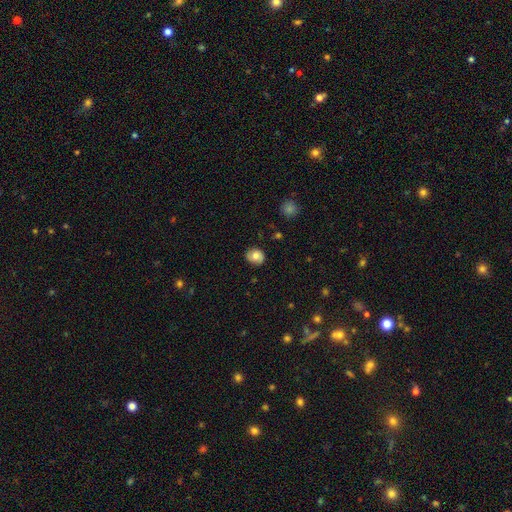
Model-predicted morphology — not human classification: A smooth galaxy with no disk features (76%) that is round (70%).

Vote fractions:
- Smooth or featured? smooth: 76% / featured or disk: 16% / star or artifact: 9%
- How rounded? round: 70% / in between: 29% / cigar-shaped: 1%
- Merging? none: 86% / minor disturbance: 11% / major disturbance: 2% / merger: 1%